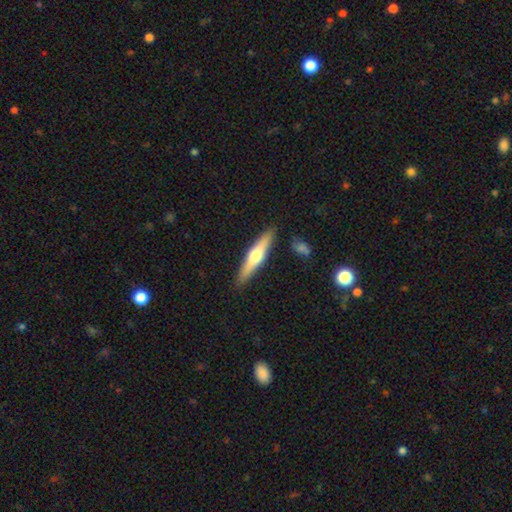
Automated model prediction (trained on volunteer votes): This appears to be a featured or disk galaxy (52%) viewed edge-on (94%). Merging: none (88%).